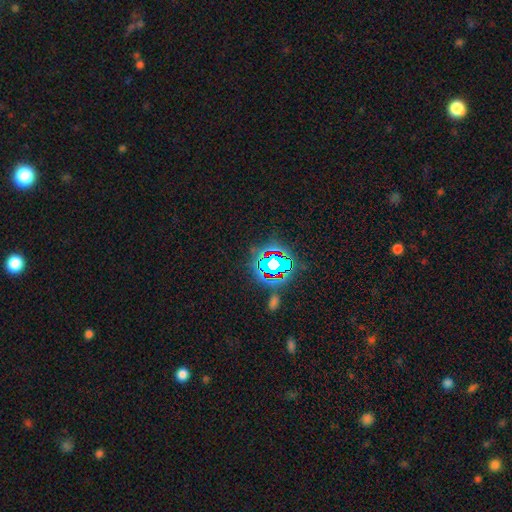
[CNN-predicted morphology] This appears to be a star or artifact, not a galaxy (81%).